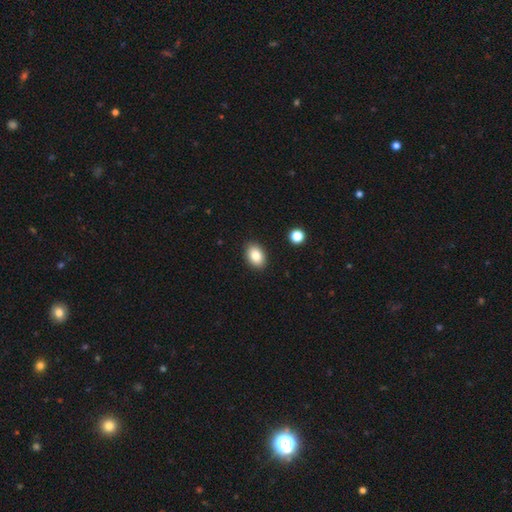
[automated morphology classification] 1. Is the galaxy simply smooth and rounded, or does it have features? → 85% smooth, 8% star or artifact, 7% featured or disk.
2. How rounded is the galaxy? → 84% in between, 15% round, 1% cigar-shaped.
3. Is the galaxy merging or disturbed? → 89% none, 8% minor disturbance, 2% major disturbance, 1% merger.